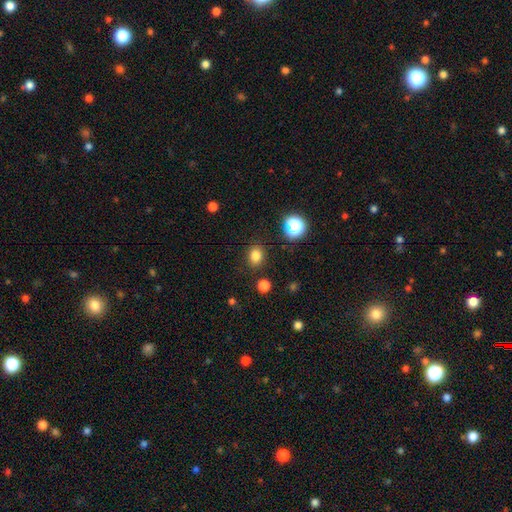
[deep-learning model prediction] Smooth or featured? smooth (81%)
How rounded? round (59%)
Merging? none (86%)